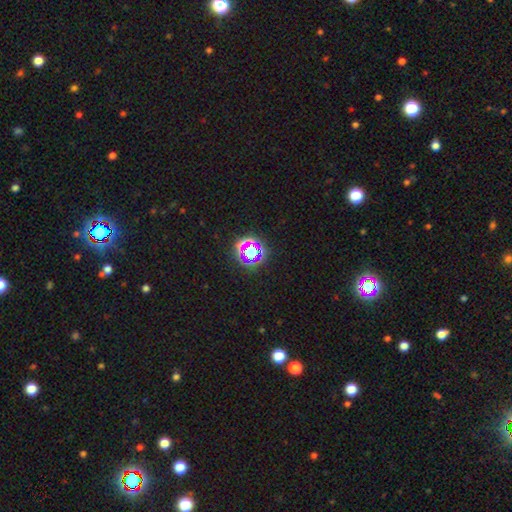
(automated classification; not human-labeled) Smooth or featured? Predicted: star or artifact (p=0.64).